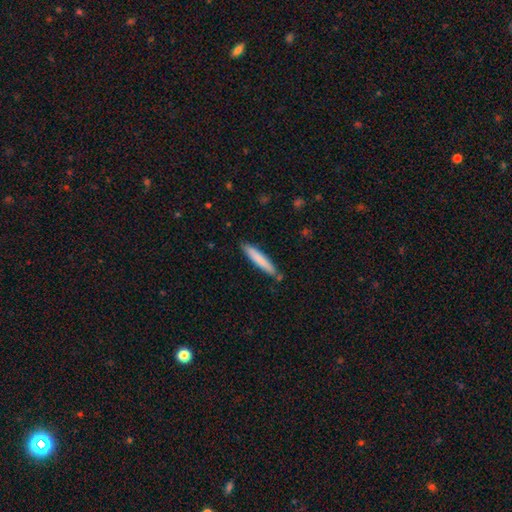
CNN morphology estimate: smooth 76%, featured or disk 18%, star or artifact 6%. Down the decision tree: how rounded — cigar-shaped (94%); merging — none (87%).